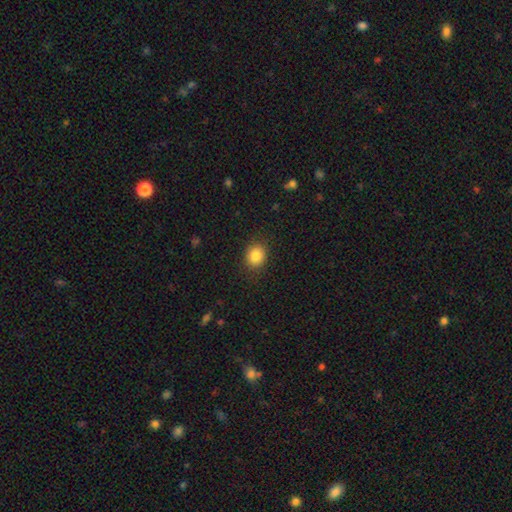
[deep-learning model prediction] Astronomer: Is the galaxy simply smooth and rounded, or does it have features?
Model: smooth — 85%.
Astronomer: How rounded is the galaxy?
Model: round — 65%.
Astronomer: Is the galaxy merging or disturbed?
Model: none — 88%.